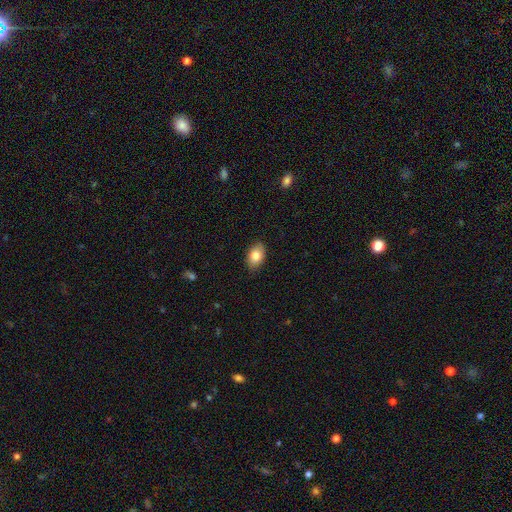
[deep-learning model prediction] Smooth or featured? smooth (82%)
How rounded? in between (88%)
Merging? none (86%)